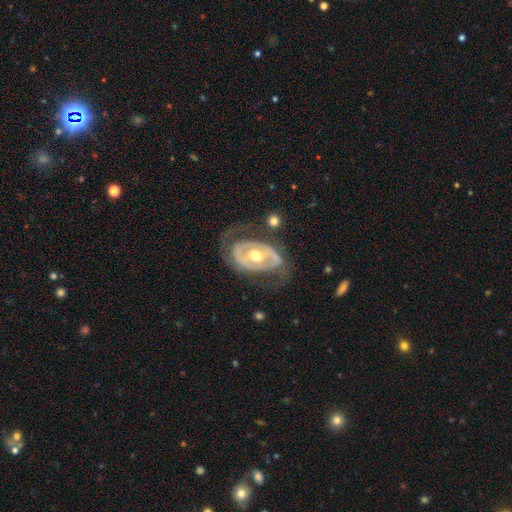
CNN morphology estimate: featured or disk 80%, smooth 16%, star or artifact 5%. Down the decision tree: edge-on disk — no (95%); bar — no (56%); spiral arms — yes (58%); bulge size — moderate (77%); merging — none (62%).